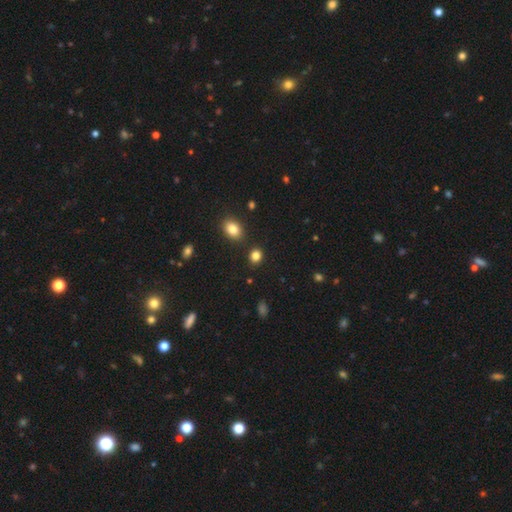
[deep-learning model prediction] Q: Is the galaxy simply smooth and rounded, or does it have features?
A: smooth — 85%.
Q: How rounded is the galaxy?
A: round — 63%.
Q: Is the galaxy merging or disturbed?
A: none — 85%.